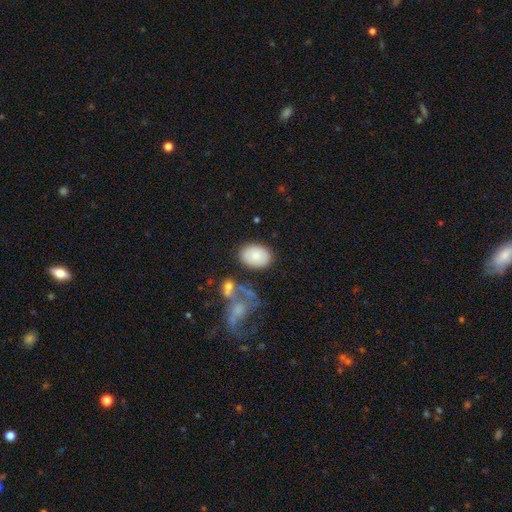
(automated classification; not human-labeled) Morphology: type=smooth (82%); roundness=in between (80%); merging=none (80%).